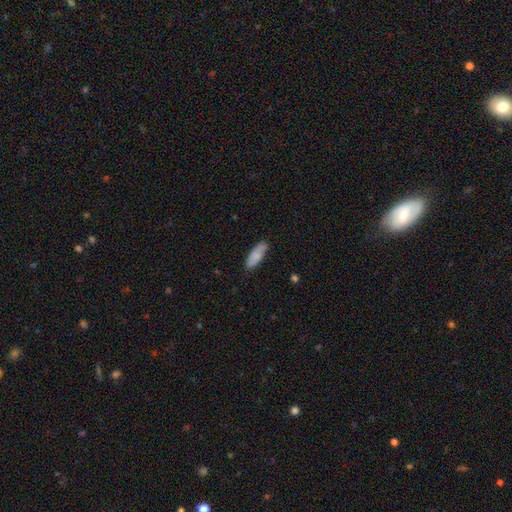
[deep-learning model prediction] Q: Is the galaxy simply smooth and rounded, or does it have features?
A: smooth — 80%.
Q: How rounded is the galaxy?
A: in between — 63%.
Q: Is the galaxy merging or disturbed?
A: none — 74%.